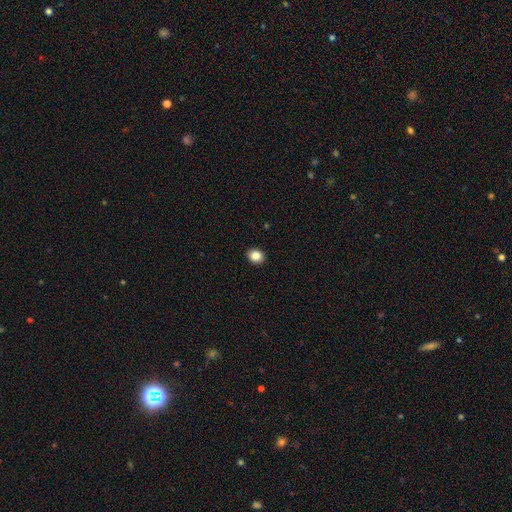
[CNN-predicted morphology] smooth_or_featured: smooth (p=0.86) [alt: star or artifact p=0.10]
how_rounded: round (p=0.55) [alt: in between p=0.44]
merging: none (p=0.92) [alt: minor disturbance p=0.06]